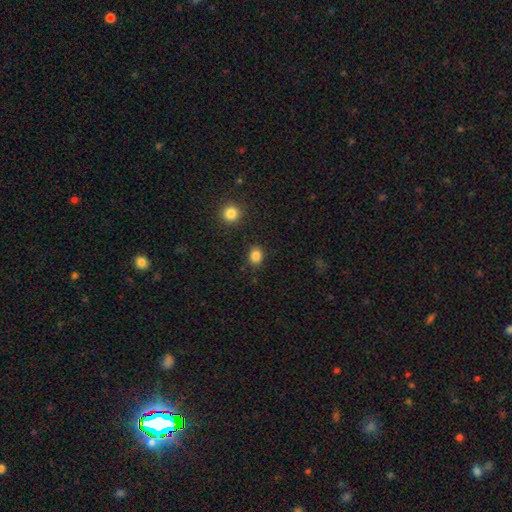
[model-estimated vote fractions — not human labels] smooth_or_featured: smooth (p=0.85) [alt: star or artifact p=0.11]
how_rounded: round (p=0.57) [alt: in between p=0.42]
merging: none (p=0.87) [alt: minor disturbance p=0.08]